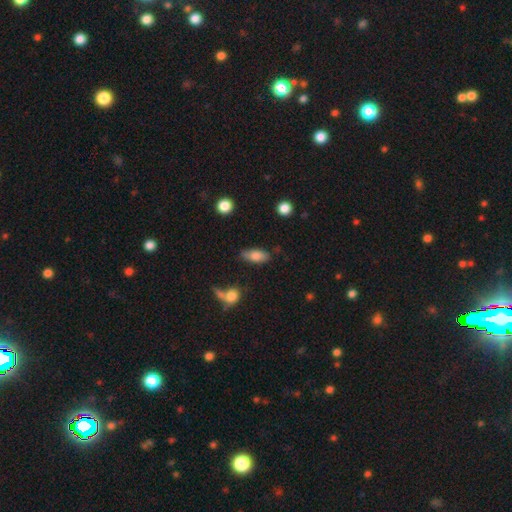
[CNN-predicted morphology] Smooth or featured?
  - smooth: 76% *
  - featured or disk: 17%
  - star or artifact: 7%
How rounded?
  - in between: 84% *
  - cigar-shaped: 12%
  - round: 4%
Merging?
  - none: 73% *
  - minor disturbance: 17%
  - merger: 5%
  - major disturbance: 5%